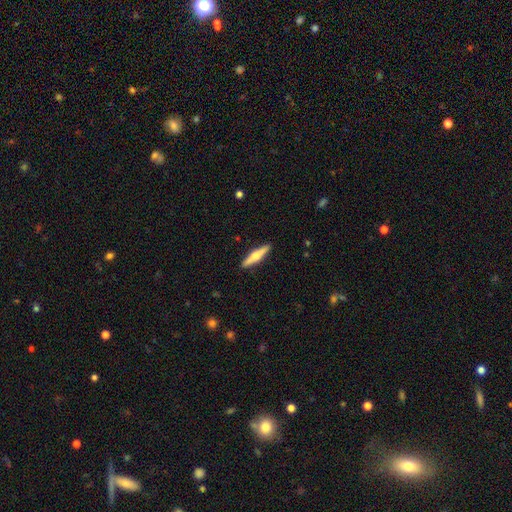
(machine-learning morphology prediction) smooth-or-featured: featured or disk: 54% | smooth: 41% | star or artifact: 5%
  disk-edge-on: yes: 97% | no: 3%
    edge-on-bulge: rounded: 90% | boxy: 5% | none: 5%
  merging: none: 91% | minor disturbance: 6% | major disturbance: 1% | merger: 1%